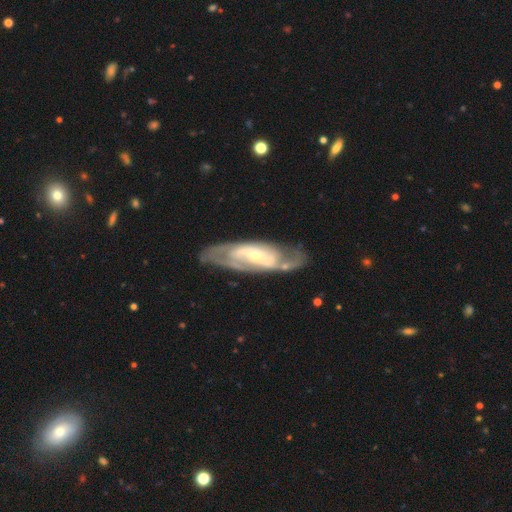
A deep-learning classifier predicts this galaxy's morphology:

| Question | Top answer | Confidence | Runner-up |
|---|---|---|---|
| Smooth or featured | featured or disk | 81% | smooth (14%) |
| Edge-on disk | no | 85% | yes (15%) |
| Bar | no | 44% | weak (35%) |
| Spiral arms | yes | 86% | no (14%) |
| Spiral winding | medium | 43% | tight (40%) |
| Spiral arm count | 2 | 60% | can't tell (26%) |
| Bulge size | small | 59% | moderate (33%) |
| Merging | none | 67% | minor disturbance (18%) |